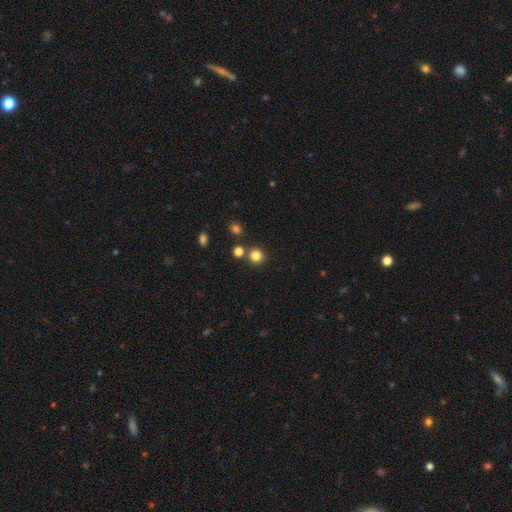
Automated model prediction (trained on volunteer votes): Q: Smooth or featured?
A: smooth (81%); runner-up: star or artifact (14%)
Q: How rounded?
A: round (92%); runner-up: in between (7%)
Q: Merging?
A: none (81%); runner-up: merger (10%)